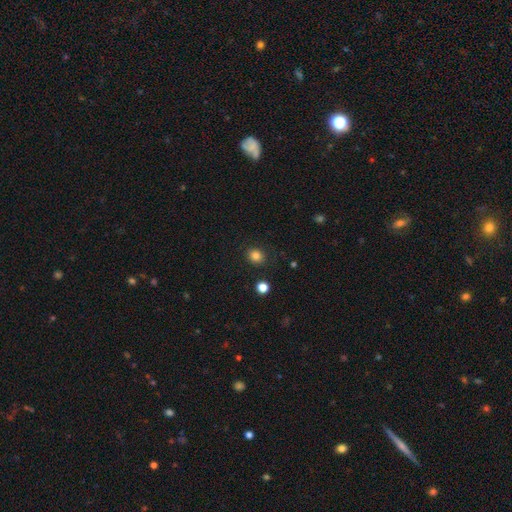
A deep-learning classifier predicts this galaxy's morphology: This appears to be a smooth galaxy with no disk features (83%) that is round (74%). Merging: none (86%).